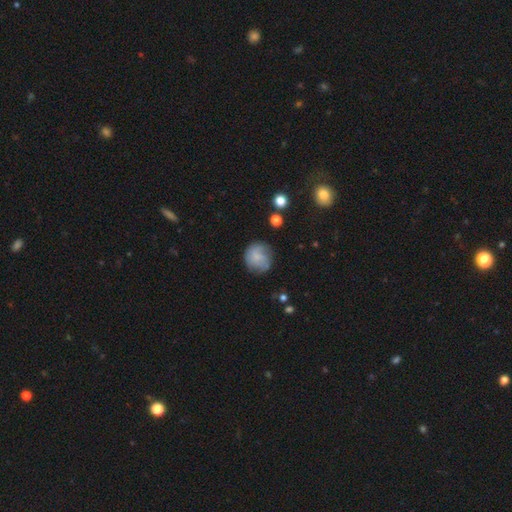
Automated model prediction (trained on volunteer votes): Smooth or featured? Predicted: smooth (p=0.51). How rounded? Predicted: round (p=0.86). Merging? Predicted: none (p=0.69).